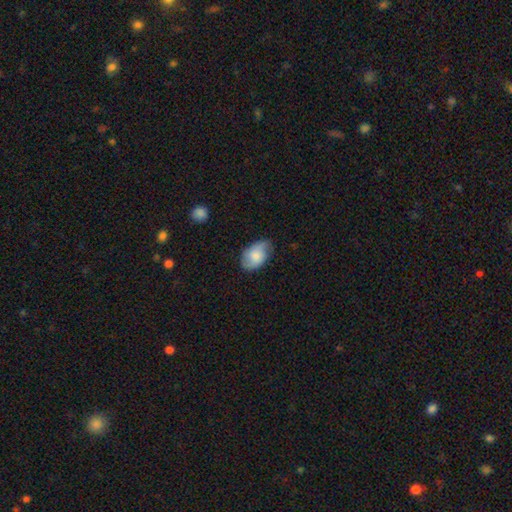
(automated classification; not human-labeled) Smooth or featured: smooth — 60% (featured or disk — 32%)
How rounded: in between — 89% (round — 10%)
Merging: none — 68% (minor disturbance — 25%)